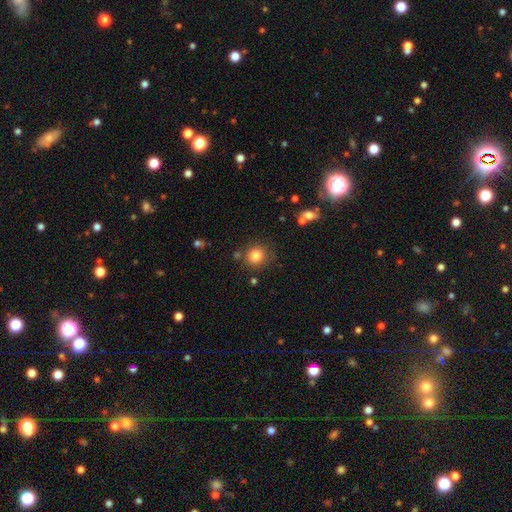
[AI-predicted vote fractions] Overall: smooth (83%). How rounded: round (88%). Merging: none (82%).